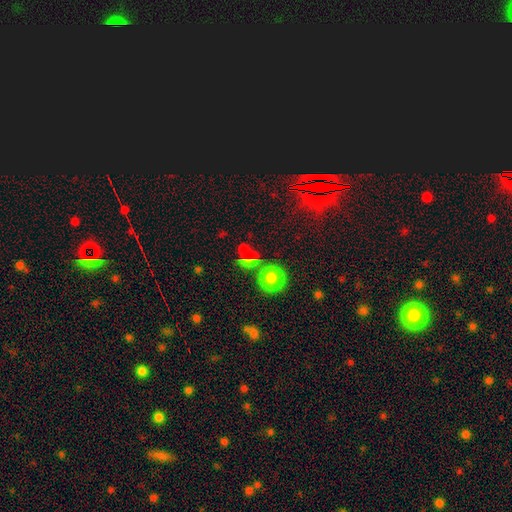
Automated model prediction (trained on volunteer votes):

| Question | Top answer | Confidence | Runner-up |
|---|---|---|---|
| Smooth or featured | smooth | 52% | star or artifact (40%) |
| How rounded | round | 86% | in between (12%) |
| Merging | none | 70% | merger (17%) |